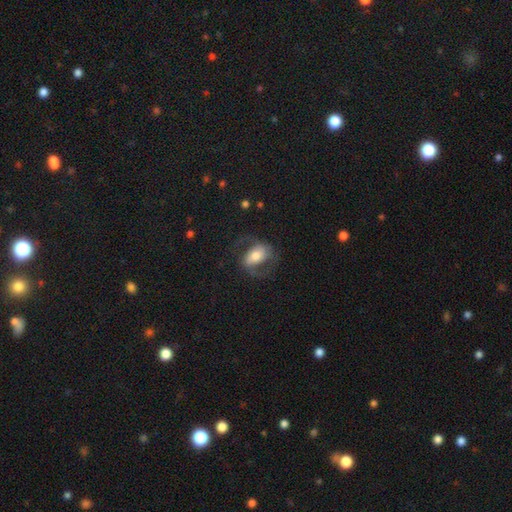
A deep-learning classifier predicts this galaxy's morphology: smooth_or_featured: featured or disk (p=0.60) [alt: smooth p=0.33]
disk_edge_on: no (p=0.95) [alt: yes p=0.05]
bar: strong (p=0.35) [alt: weak p=0.33]
has_spiral_arms: yes (p=0.82) [alt: no p=0.18]
bulge_size: moderate (p=0.58) [alt: small p=0.20]
merging: none (p=0.61) [alt: major disturbance p=0.20]